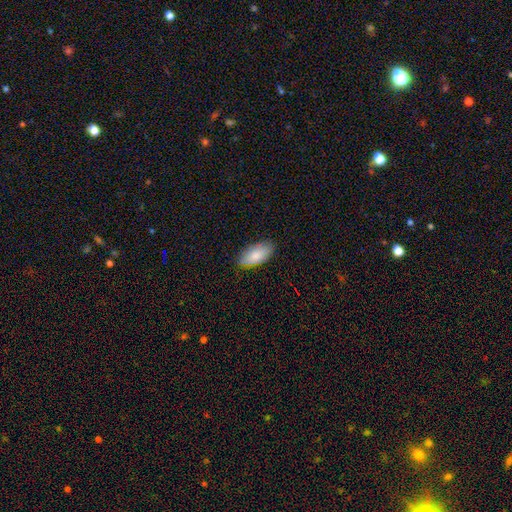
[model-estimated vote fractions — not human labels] This is clearly a smooth galaxy (83%). How rounded: clearly in between (92%). Merging: clearly none (83%).